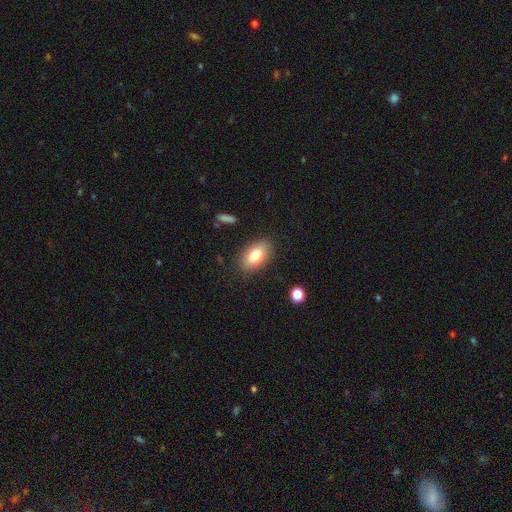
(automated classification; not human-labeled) smooth 79%, featured or disk 13%, star or artifact 8%. Down the decision tree: how rounded — in between (90%); merging — none (85%).